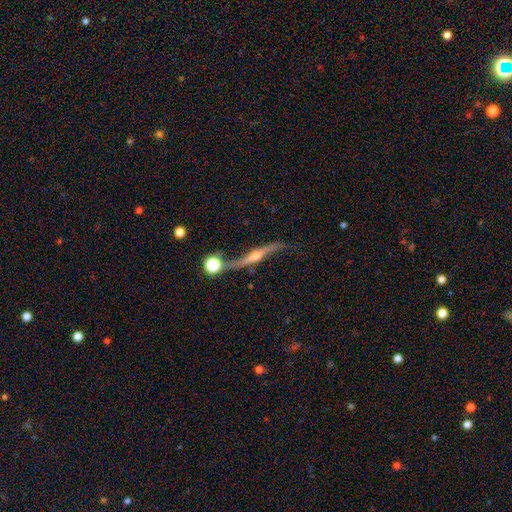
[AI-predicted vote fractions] A featured or disk galaxy (81%) viewed edge-on (61%). Merging: none (55%).